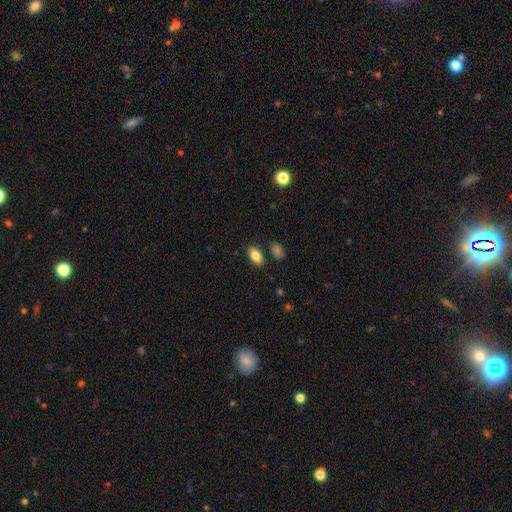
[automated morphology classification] smooth_or_featured: smooth (p=0.86) [alt: star or artifact p=0.08]
how_rounded: in between (p=0.92) [alt: round p=0.06]
merging: none (p=0.83) [alt: minor disturbance p=0.10]